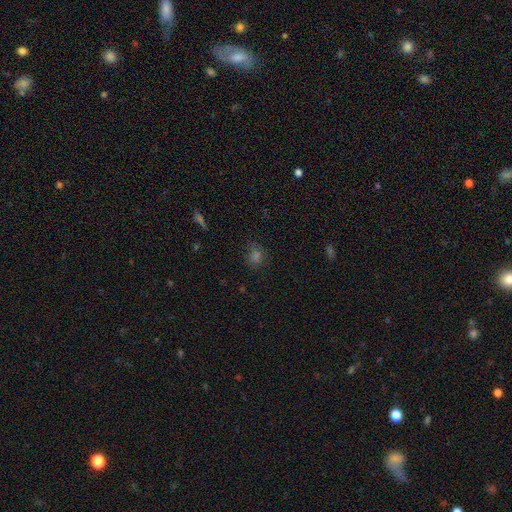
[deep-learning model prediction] Morphology: type=smooth (64%); roundness=round (77%); merging=none (77%).